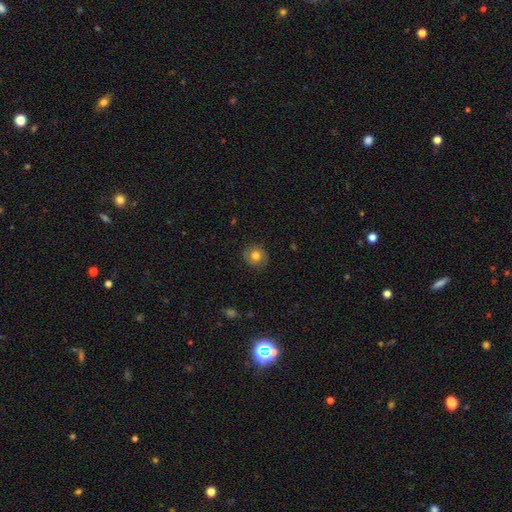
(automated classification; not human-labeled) This is likely a smooth galaxy (73%). How rounded: clearly round (86%). Merging: clearly none (85%).